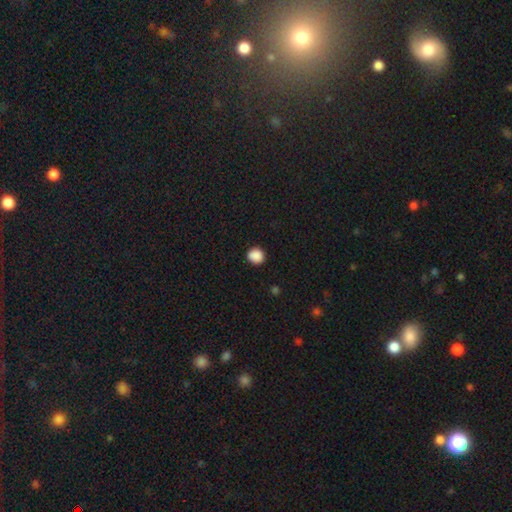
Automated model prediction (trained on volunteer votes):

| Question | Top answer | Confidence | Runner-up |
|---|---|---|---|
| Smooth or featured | smooth | 88% | star or artifact (9%) |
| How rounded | round | 86% | in between (13%) |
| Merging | none | 89% | minor disturbance (8%) |